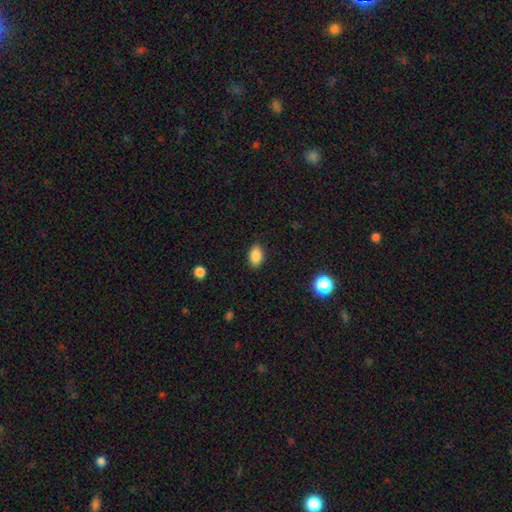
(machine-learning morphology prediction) This is clearly a smooth galaxy (87%). How rounded: clearly in between (87%). Merging: clearly none (88%).